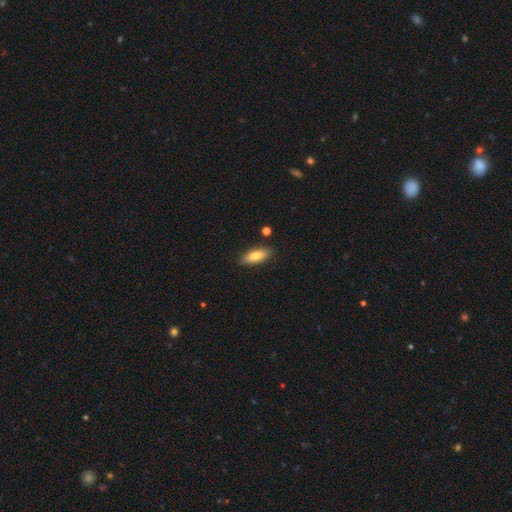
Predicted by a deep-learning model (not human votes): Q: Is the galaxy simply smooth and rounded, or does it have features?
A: smooth — 77%.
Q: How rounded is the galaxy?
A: in between — 72%.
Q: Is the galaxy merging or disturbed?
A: none — 86%.